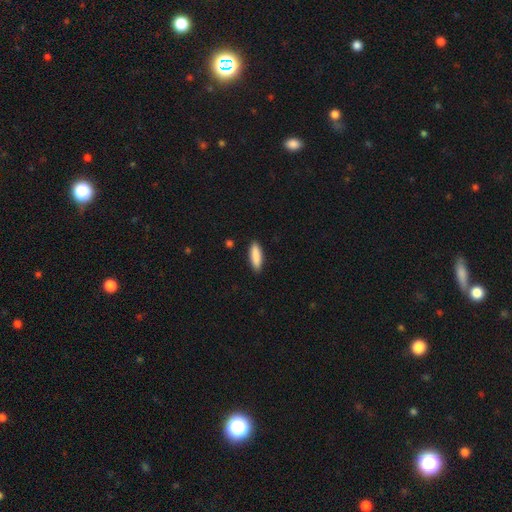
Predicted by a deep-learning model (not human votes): The model was most divided on "how rounded": cigar-shaped: 52%, in between: 47%, round: 2%. More confident: merging — none (89%); smooth or featured — smooth (89%).